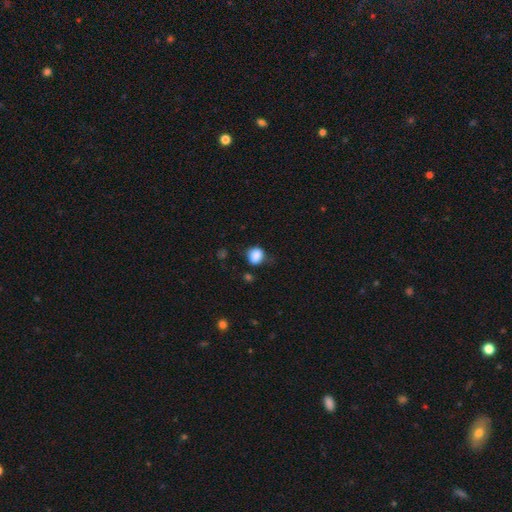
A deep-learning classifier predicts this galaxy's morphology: A smooth galaxy with no disk features (86%) that is round (57%).

Vote fractions:
- Smooth or featured? smooth: 86% / star or artifact: 9% / featured or disk: 5%
- How rounded? round: 57% / in between: 42% / cigar-shaped: 1%
- Merging? none: 65% / minor disturbance: 25% / major disturbance: 8% / merger: 3%